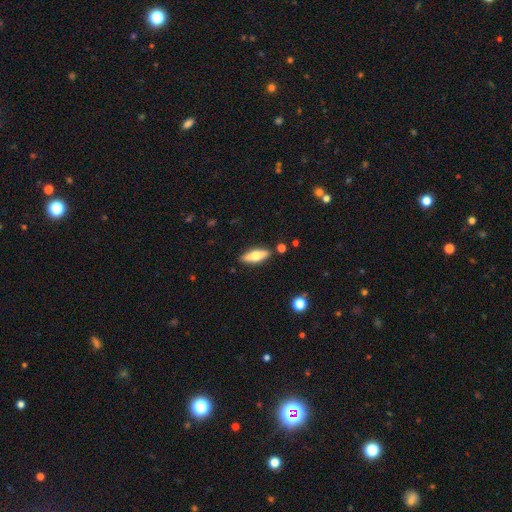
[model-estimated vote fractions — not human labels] This is possibly a smooth galaxy (52%). How rounded: possibly in between (56%). Merging: clearly none (87%).